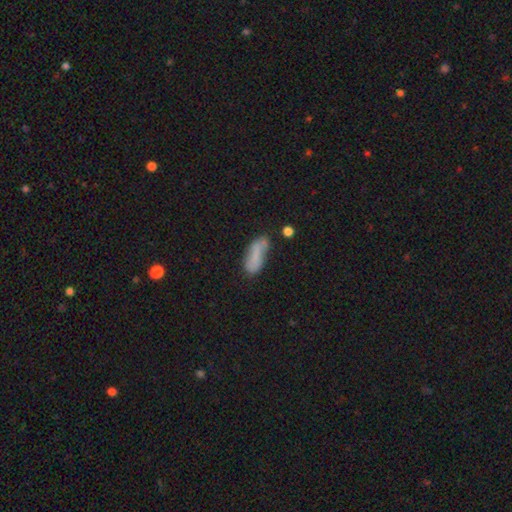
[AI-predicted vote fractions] Overall: smooth (70%). How rounded: in between (69%). Merging: none (47%; minor disturbance 30%).